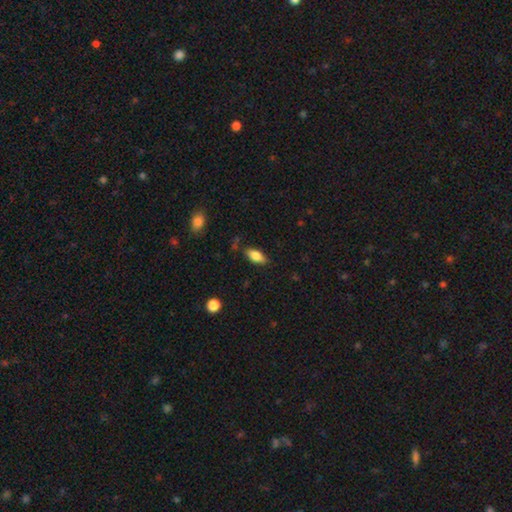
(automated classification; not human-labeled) The model was most divided on "merging": none: 78%, minor disturbance: 16%, major disturbance: 4%, merger: 2%. More confident: how rounded — in between (85%); smooth or featured — smooth (78%).